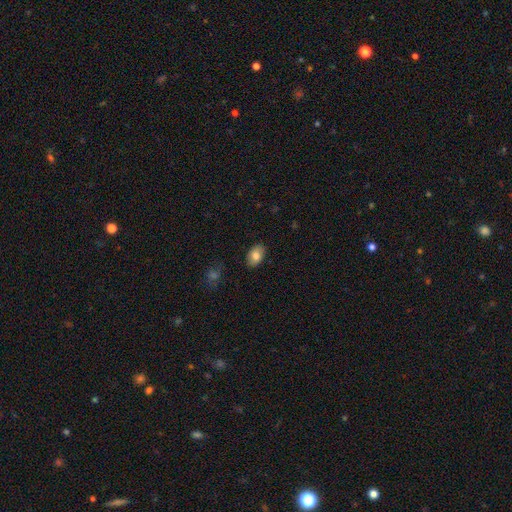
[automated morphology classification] Smooth or featured? smooth (79%)
How rounded? in between (88%)
Merging? none (85%)